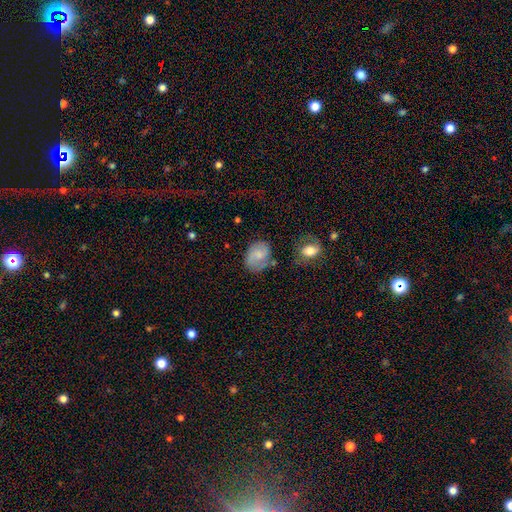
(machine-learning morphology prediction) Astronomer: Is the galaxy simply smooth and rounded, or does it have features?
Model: smooth — 53% (runner-up: featured or disk, 38%).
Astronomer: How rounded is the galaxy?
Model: in between — 66%.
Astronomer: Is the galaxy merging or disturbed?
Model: none — 63%.